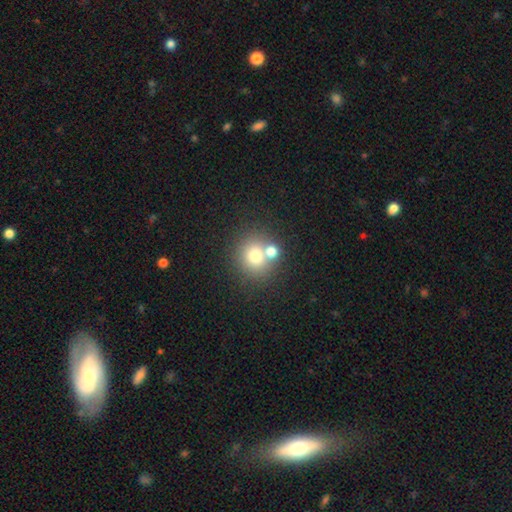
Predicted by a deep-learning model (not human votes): Smooth or featured?
  - smooth: 72% *
  - star or artifact: 15%
  - featured or disk: 13%
How rounded?
  - round: 87% *
  - in between: 12%
  - cigar-shaped: 1%
Merging?
  - none: 57% *
  - merger: 33%
  - minor disturbance: 7%
  - major disturbance: 3%